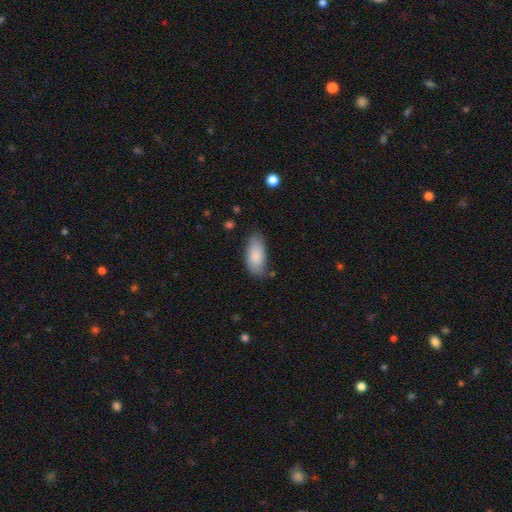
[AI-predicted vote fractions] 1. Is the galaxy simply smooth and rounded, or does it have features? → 85% smooth, 9% featured or disk, 6% star or artifact.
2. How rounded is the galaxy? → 93% in between, 5% cigar-shaped, 2% round.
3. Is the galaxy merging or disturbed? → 72% none, 22% minor disturbance, 4% major disturbance, 2% merger.